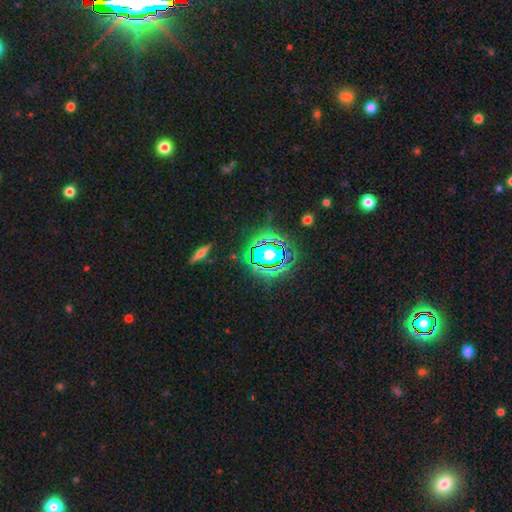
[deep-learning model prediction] Smooth or featured: star or artifact — 71% (smooth — 16%)